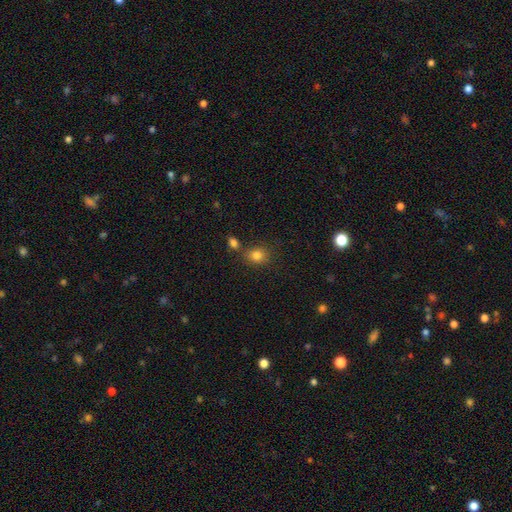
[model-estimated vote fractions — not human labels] Smooth or featured? Predicted: smooth (p=0.82). How rounded? Predicted: round (p=0.60). Merging? Predicted: none (p=0.71).